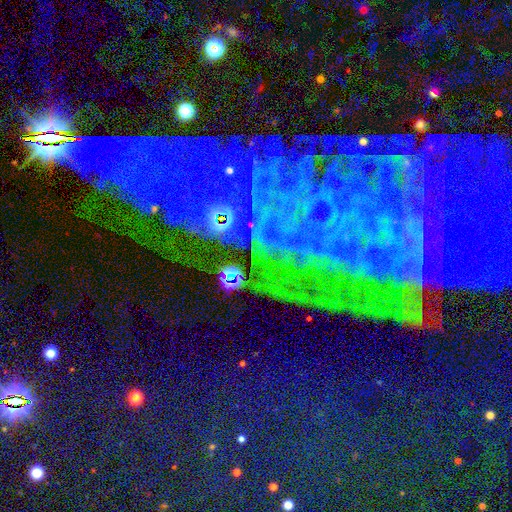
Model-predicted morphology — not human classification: smooth-or-featured: star or artifact: 71% | featured or disk: 19% | smooth: 10%